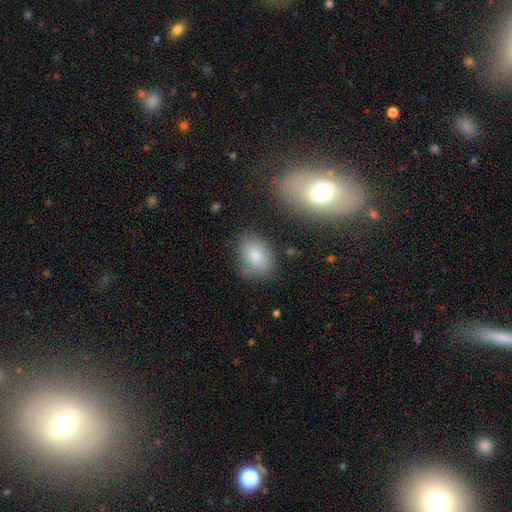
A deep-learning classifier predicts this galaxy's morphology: The model was most divided on "how rounded": in between: 72%, round: 26%, cigar-shaped: 1%. More confident: smooth or featured — smooth (82%); merging — none (68%).